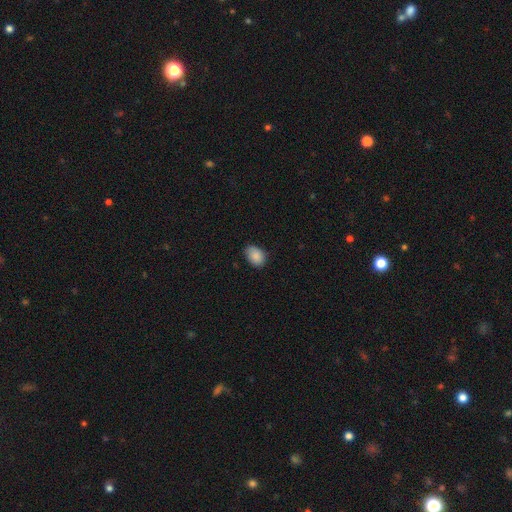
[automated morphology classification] A smooth galaxy with no disk features (88%) that is in between round and cigar-shaped (76%).

Vote fractions:
- Smooth or featured? smooth: 88% / star or artifact: 8% / featured or disk: 5%
- How rounded? in between: 76% / round: 23% / cigar-shaped: 1%
- Merging? none: 75% / minor disturbance: 21% / major disturbance: 3% / merger: 1%